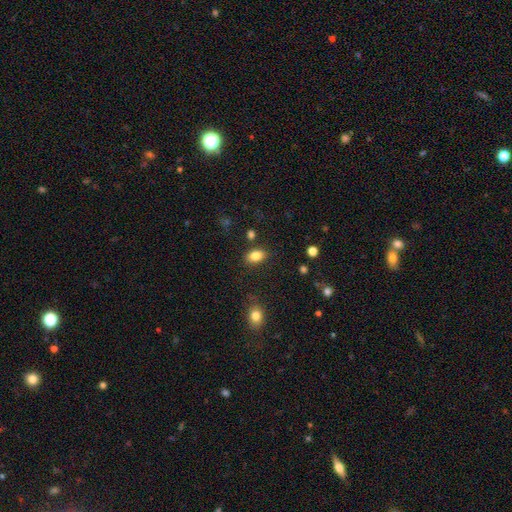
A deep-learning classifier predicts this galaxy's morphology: This appears to be a smooth galaxy with no disk features (83%) that is in between round and cigar-shaped (87%). Merging: none (84%).